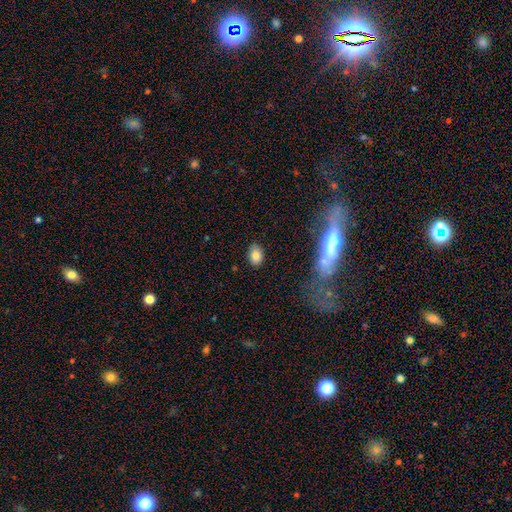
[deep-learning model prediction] Smooth or featured: smooth — 82% (star or artifact — 9%)
How rounded: in between — 77% (round — 22%)
Merging: none — 85% (minor disturbance — 10%)